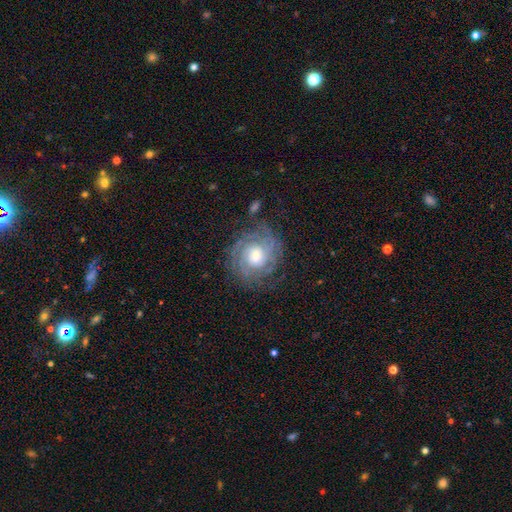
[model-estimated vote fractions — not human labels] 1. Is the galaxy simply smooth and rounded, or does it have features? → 80% featured or disk, 12% smooth, 8% star or artifact.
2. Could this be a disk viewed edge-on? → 97% no, 3% yes.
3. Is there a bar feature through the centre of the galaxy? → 70% no, 25% weak, 6% strong.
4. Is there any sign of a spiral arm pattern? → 95% yes, 5% no.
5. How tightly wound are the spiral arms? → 73% tight, 22% medium, 5% loose.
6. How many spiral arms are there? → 36% can't tell, 20% 2, 19% 3, 12% 4, 7% more than 4, 6% 1.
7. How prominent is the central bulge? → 55% moderate, 32% small, 9% large, 2% none, 1% dominant.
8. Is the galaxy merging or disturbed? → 76% none, 15% minor disturbance, 7% major disturbance, 2% merger.